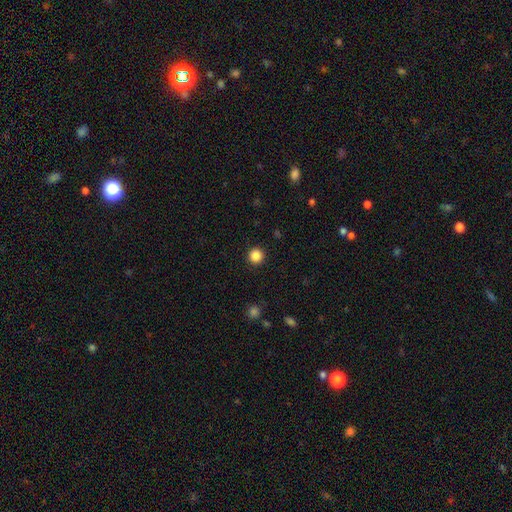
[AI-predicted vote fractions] Smooth or featured: smooth — 86% (star or artifact — 11%)
How rounded: round — 96% (in between — 3%)
Merging: none — 93% (minor disturbance — 5%)